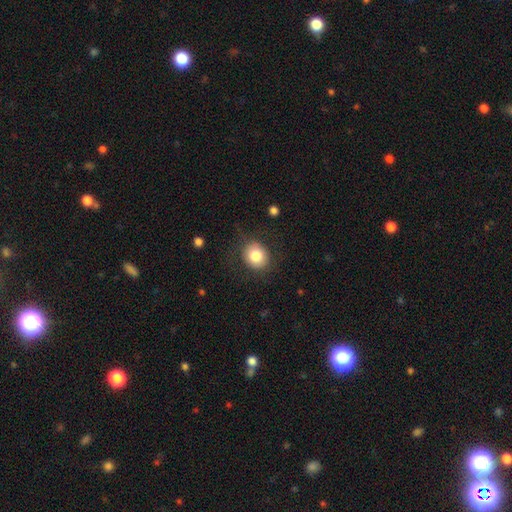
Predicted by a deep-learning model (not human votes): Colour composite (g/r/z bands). It shows a smooth galaxy with no disk features (82%) that is round (76%). Merging: none (80%).